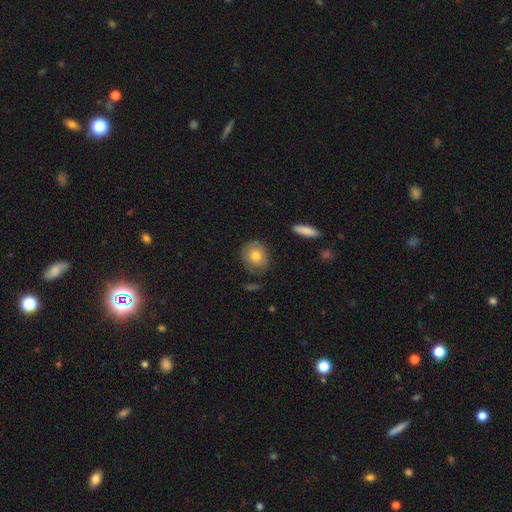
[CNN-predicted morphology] A smooth galaxy with no disk features (76%) that is round (76%). Merging: none (76%).